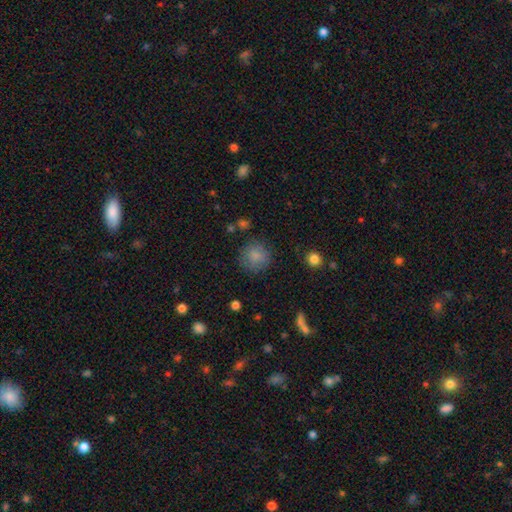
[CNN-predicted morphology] Smooth or featured: smooth — 83% (star or artifact — 10%)
How rounded: round — 91% (in between — 8%)
Merging: none — 82% (minor disturbance — 11%)